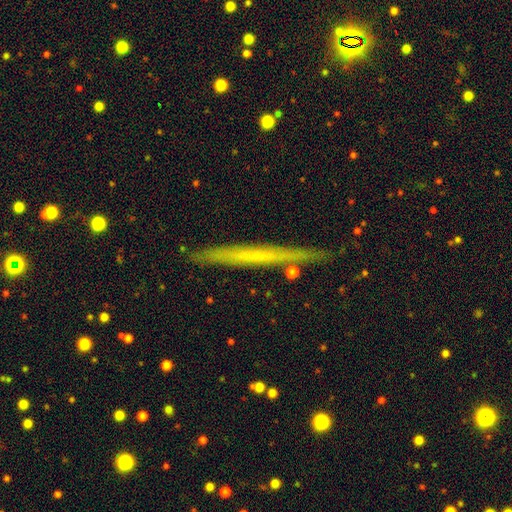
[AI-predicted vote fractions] Smooth or featured: featured or disk — 53% (smooth — 40%)
Edge-on disk: yes — 96% (no — 4%)
Edge-on bulge: none — 90% (rounded — 7%)
Merging: none — 88% (minor disturbance — 9%)